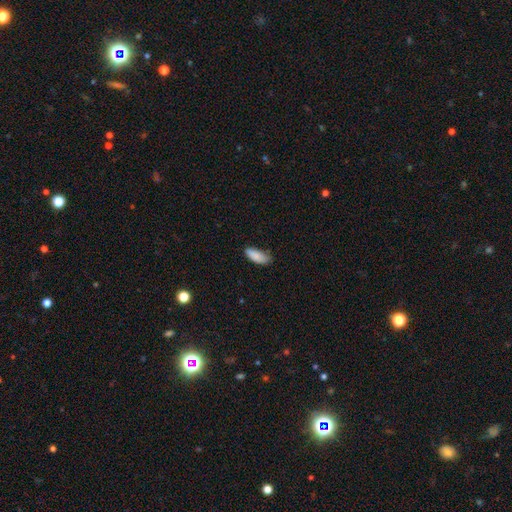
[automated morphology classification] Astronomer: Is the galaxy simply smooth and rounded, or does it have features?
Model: smooth — 87%.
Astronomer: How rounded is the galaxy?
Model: in between — 82%.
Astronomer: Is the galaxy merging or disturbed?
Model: none — 64%.